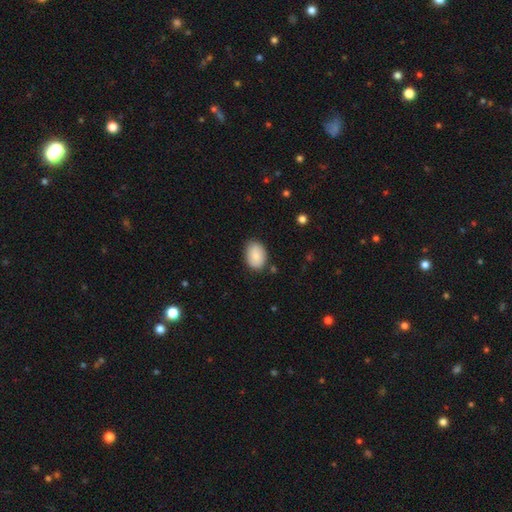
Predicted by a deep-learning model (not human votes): A smooth galaxy with no disk features (85%) that is in between round and cigar-shaped (81%).

Vote fractions:
- Smooth or featured? smooth: 85% / featured or disk: 9% / star or artifact: 7%
- How rounded? in between: 81% / round: 18% / cigar-shaped: 1%
- Merging? none: 82% / minor disturbance: 13% / major disturbance: 3% / merger: 2%